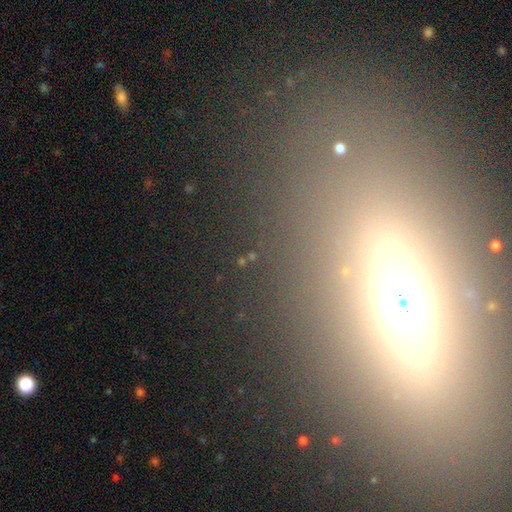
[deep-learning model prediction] smooth_or_featured: smooth (p=0.36) [alt: featured or disk p=0.33]
merging: none (p=0.82) [alt: minor disturbance p=0.09]